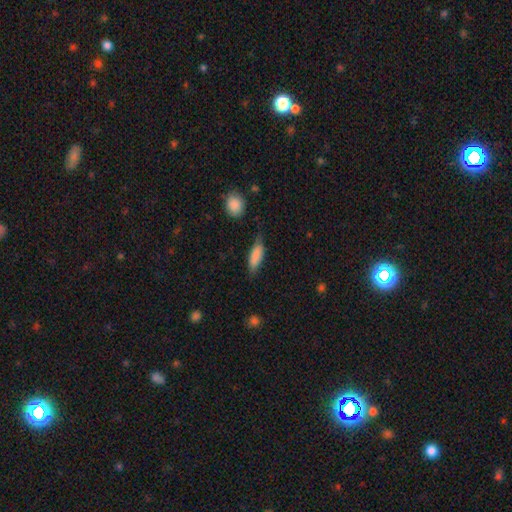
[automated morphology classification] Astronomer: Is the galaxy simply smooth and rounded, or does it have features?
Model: smooth — 78%.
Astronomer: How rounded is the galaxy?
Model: in between — 64%.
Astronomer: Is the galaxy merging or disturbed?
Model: none — 61%.